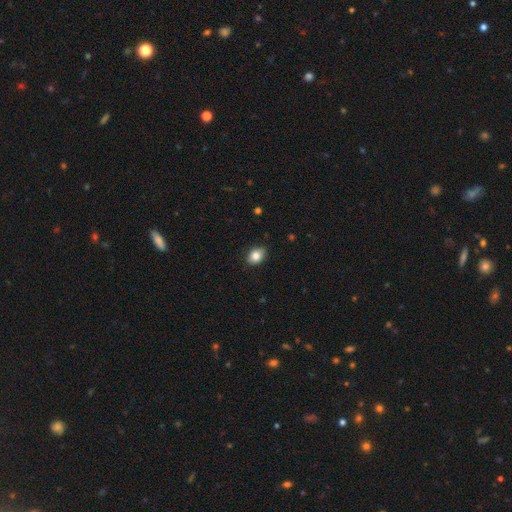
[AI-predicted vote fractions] This is clearly a smooth galaxy (83%). How rounded: likely in between (65%). Merging: clearly none (82%).